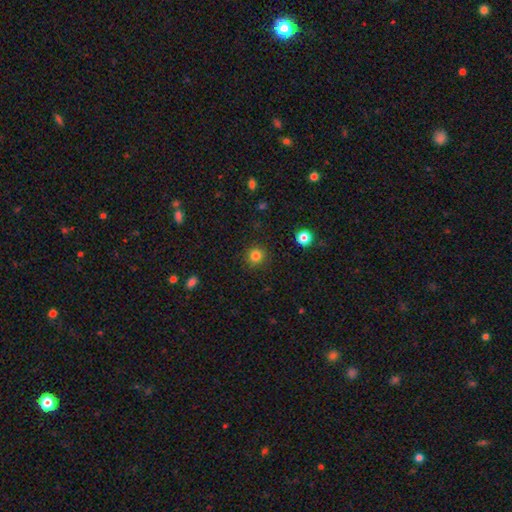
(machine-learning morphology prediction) type=smooth (82%); roundness=round (93%); merging=none (90%).